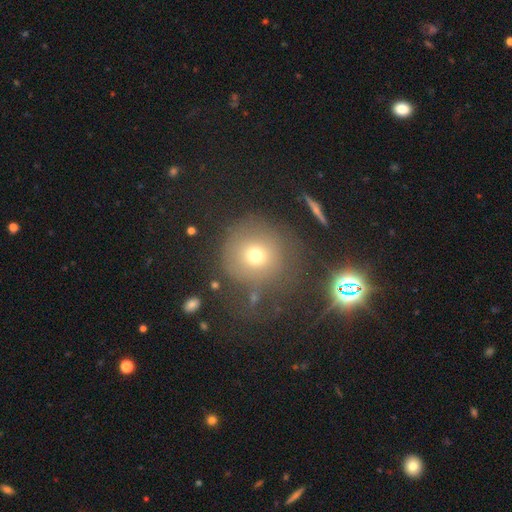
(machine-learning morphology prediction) Smooth or featured: smooth — 67% (star or artifact — 18%)
How rounded: round — 92% (in between — 7%)
Merging: none — 71% (minor disturbance — 14%)